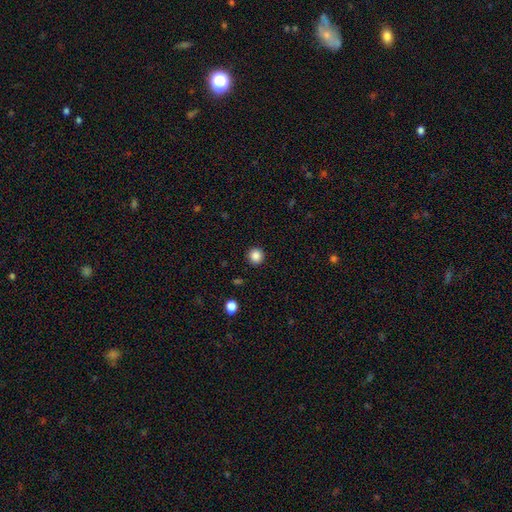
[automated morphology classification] Smooth or featured? Predicted: smooth (p=0.86). How rounded? Predicted: round (p=0.94). Merging? Predicted: none (p=0.92).